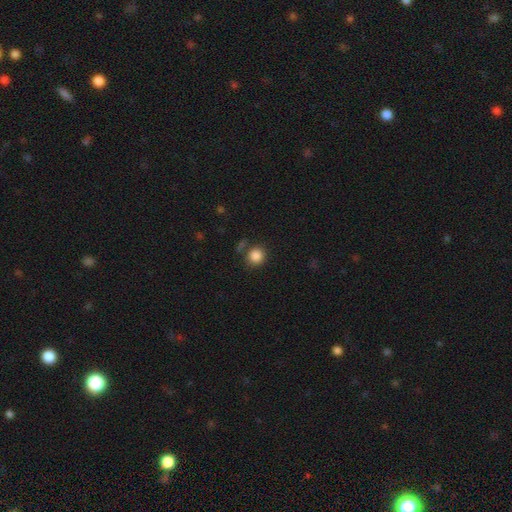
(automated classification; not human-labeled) The model was most divided on "merging": none: 78%, minor disturbance: 11%, merger: 7%, major disturbance: 4%. More confident: how rounded — round (89%); smooth or featured — smooth (86%).